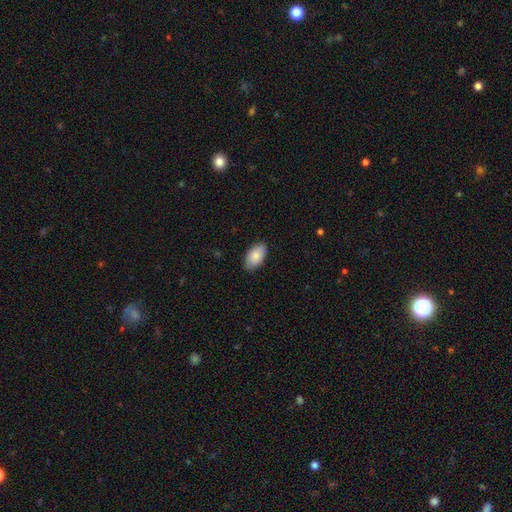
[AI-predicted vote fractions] Smooth or featured? Predicted: smooth (p=0.86). How rounded? Predicted: in between (p=0.95). Merging? Predicted: none (p=0.87).